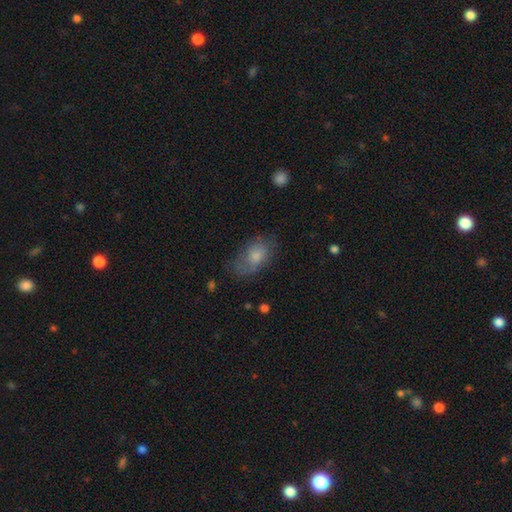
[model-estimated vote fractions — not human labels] Morphology: type=smooth (60%); roundness=in between (86%); merging=none (62%).